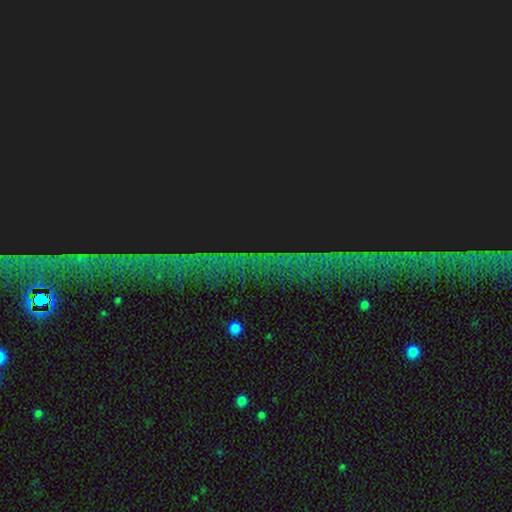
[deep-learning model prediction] The model was most divided on "smooth or featured": star or artifact: 83%, smooth: 9%, featured or disk: 8%.